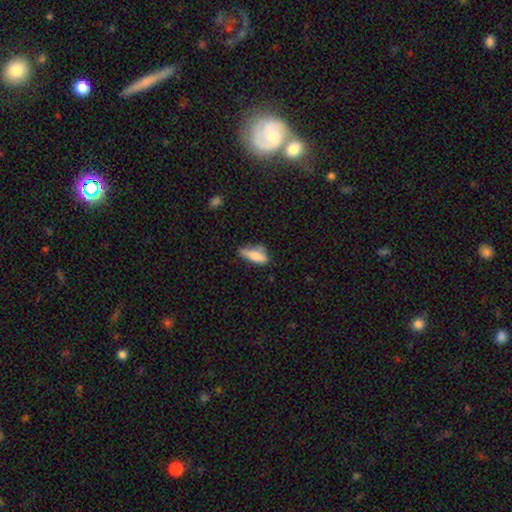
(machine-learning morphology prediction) Overall: smooth (76%). How rounded: in between (62%; cigar-shaped 35%). Merging: none (40%; minor disturbance 37%).